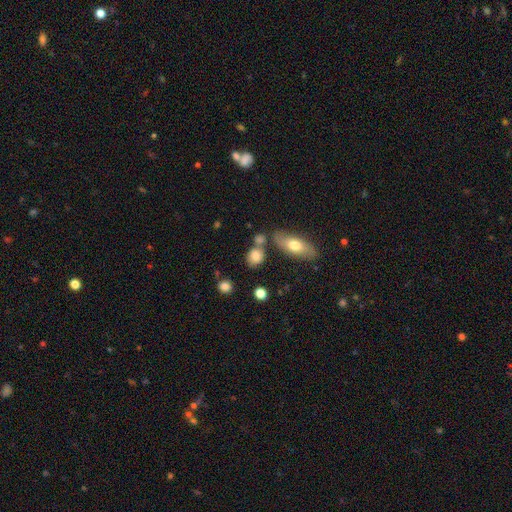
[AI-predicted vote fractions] Overall: smooth (81%). How rounded: in between (49%; round 47%). Merging: none (62%).